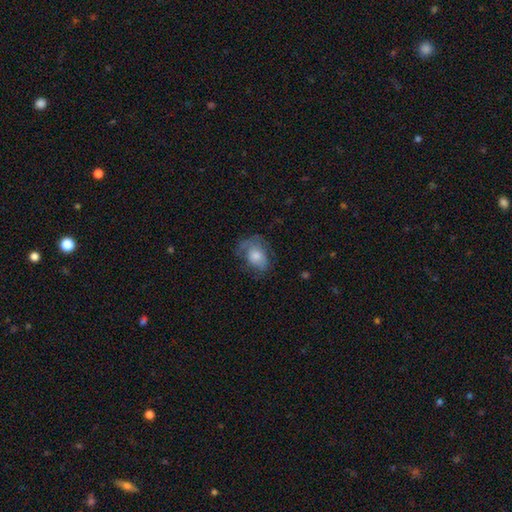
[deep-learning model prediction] Smooth or featured: smooth — 53% (featured or disk — 38%)
How rounded: in between — 69% (round — 29%)
Merging: none — 49% (minor disturbance — 26%)